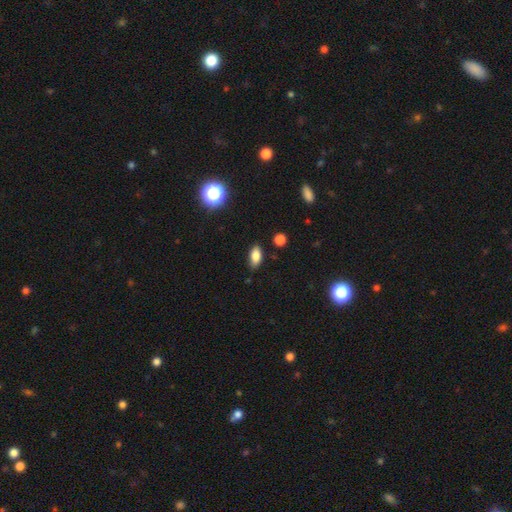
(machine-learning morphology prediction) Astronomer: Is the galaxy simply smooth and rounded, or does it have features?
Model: smooth — 83%.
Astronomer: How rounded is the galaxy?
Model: in between — 87%.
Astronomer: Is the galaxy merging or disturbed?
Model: none — 80%.